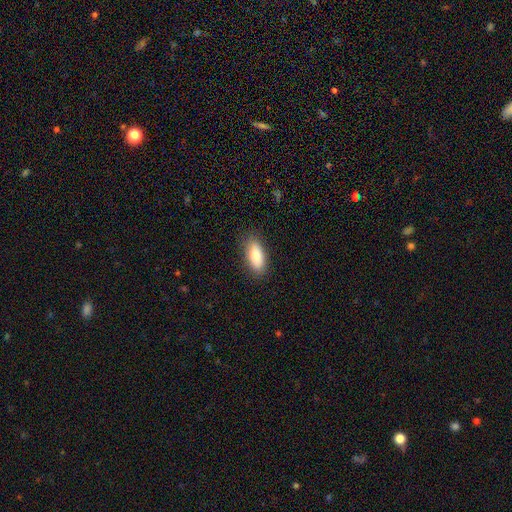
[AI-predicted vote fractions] A smooth galaxy with no disk features (84%) that is in between round and cigar-shaped (83%). Merging: none (87%).